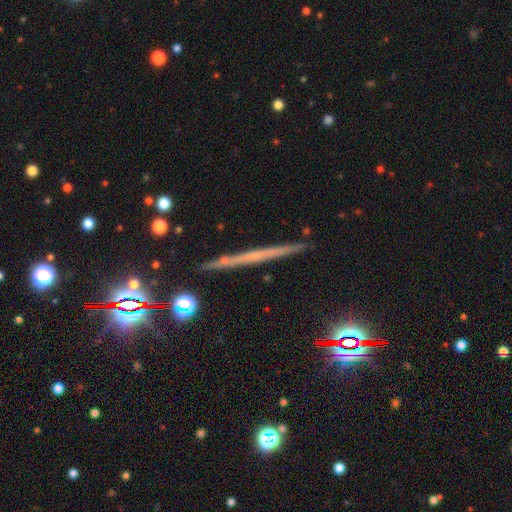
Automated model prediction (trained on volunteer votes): Smooth or featured?
  - featured or disk: 52% *
  - smooth: 31%
  - star or artifact: 17%
Edge-on disk?
  - yes: 97% *
  - no: 3%
Edge-on bulge?
  - none: 87% *
  - rounded: 8%
  - boxy: 4%
Merging?
  - none: 89% *
  - minor disturbance: 8%
  - merger: 2%
  - major disturbance: 2%